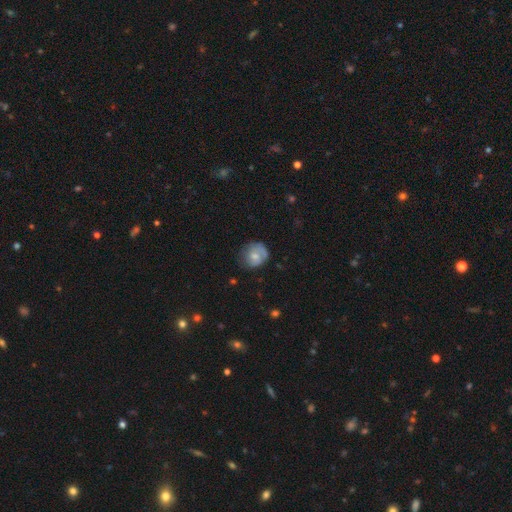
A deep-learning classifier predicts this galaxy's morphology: Smooth or featured: smooth — 54% (featured or disk — 38%)
How rounded: round — 71% (in between — 28%)
Merging: none — 57% (minor disturbance — 27%)